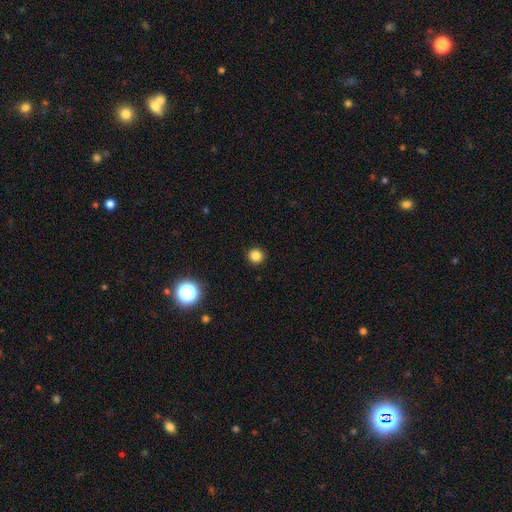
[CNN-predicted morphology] The model was most divided on "smooth or featured": smooth: 83%, star or artifact: 13%, featured or disk: 4%. More confident: how rounded — round (94%); merging — none (93%).